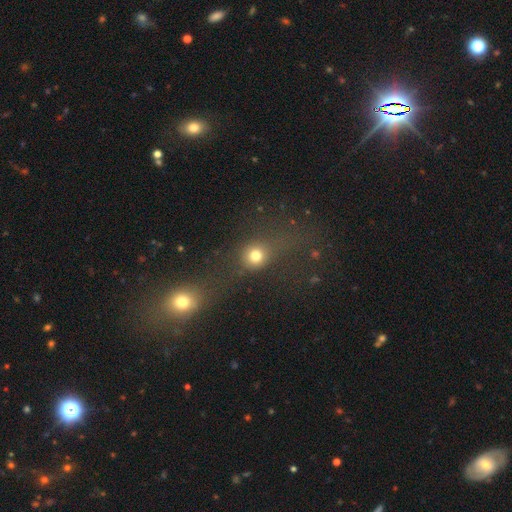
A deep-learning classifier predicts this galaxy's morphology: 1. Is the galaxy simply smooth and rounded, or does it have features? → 72% smooth, 18% star or artifact, 10% featured or disk.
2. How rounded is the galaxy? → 78% round, 19% in between, 3% cigar-shaped.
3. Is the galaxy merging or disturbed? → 51% none, 19% merger, 16% major disturbance, 14% minor disturbance.